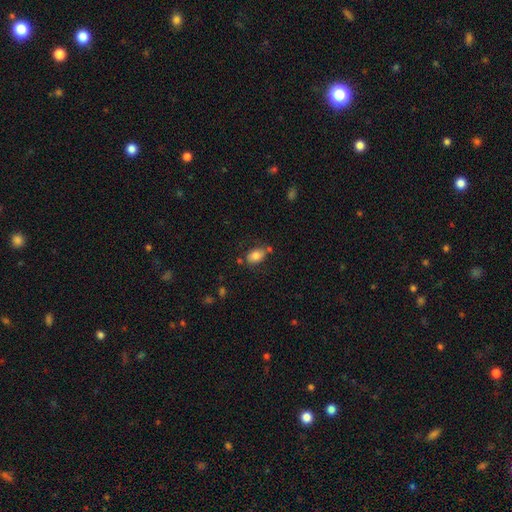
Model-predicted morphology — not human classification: Smooth or featured?
  - smooth: 79% *
  - featured or disk: 12%
  - star or artifact: 9%
How rounded?
  - in between: 84% *
  - round: 15%
  - cigar-shaped: 2%
Merging?
  - none: 65% *
  - minor disturbance: 18%
  - merger: 11%
  - major disturbance: 5%